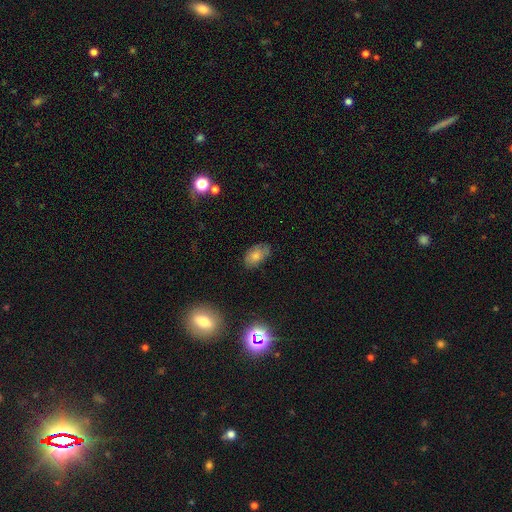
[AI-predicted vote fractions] The model was most divided on "merging": none: 72%, minor disturbance: 21%, major disturbance: 5%, merger: 2%. More confident: how rounded — in between (90%); smooth or featured — smooth (75%).